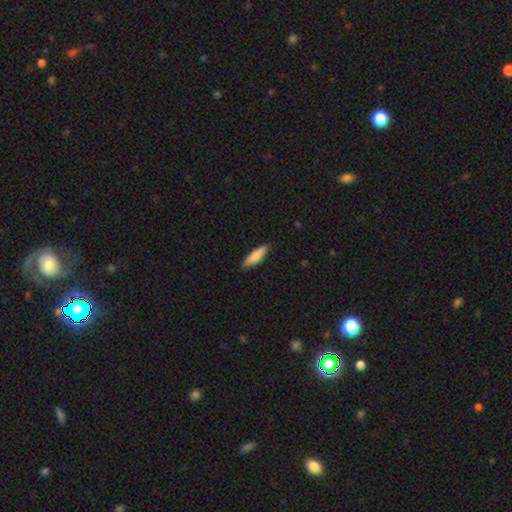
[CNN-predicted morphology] smooth_or_featured: smooth (p=0.81) [alt: featured or disk p=0.14]
how_rounded: cigar-shaped (p=0.62) [alt: in between p=0.36]
merging: none (p=0.89) [alt: minor disturbance p=0.09]